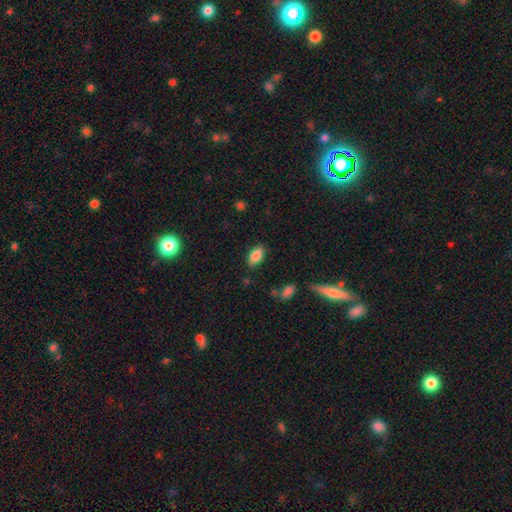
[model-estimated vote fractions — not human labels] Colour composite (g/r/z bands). It shows a smooth galaxy with no disk features (85%) that is in between round and cigar-shaped (91%). Merging: none (84%).